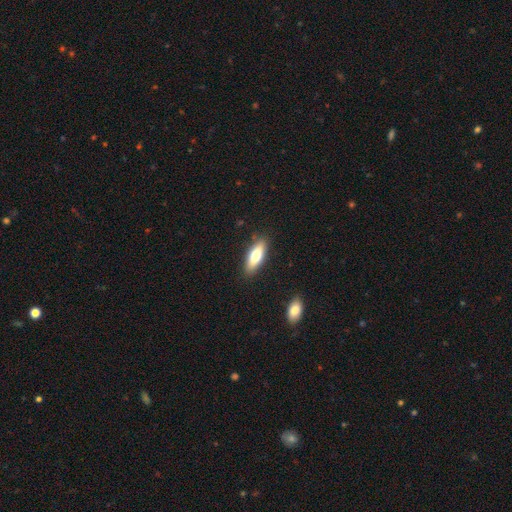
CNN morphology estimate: The model was most divided on "how rounded": in between: 64%, cigar-shaped: 33%, round: 2%. More confident: merging — none (86%); smooth or featured — smooth (71%).